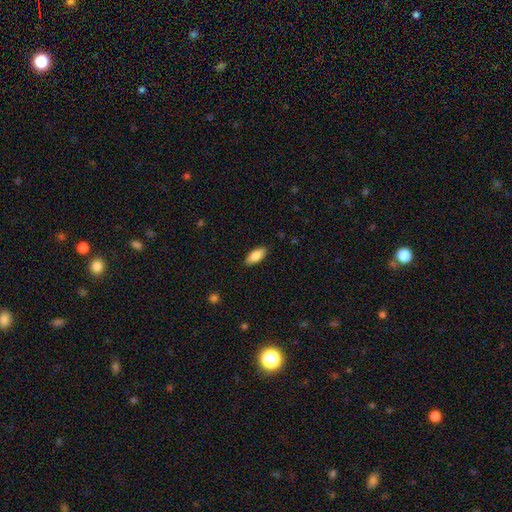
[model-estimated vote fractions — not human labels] The model was most divided on "how rounded": in between: 84%, cigar-shaped: 14%, round: 2%. More confident: merging — none (88%); smooth or featured — smooth (85%).